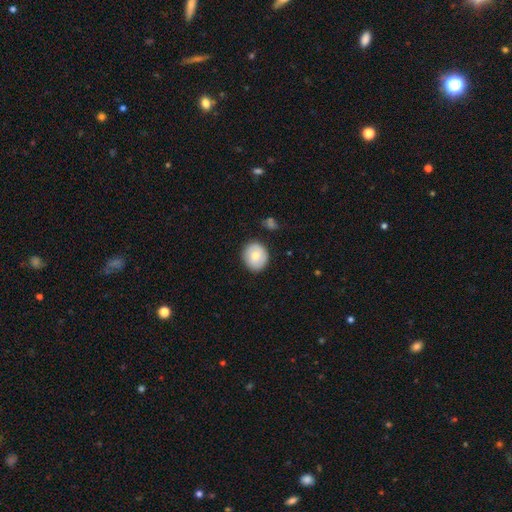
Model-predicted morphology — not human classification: This appears to be a smooth galaxy with no disk features (73%) that is round (80%). Merging: none (85%).